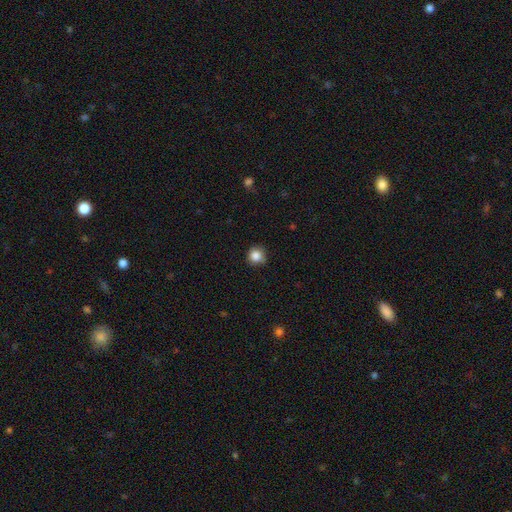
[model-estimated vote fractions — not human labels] Morphology: type=smooth (85%); roundness=round (93%); merging=none (81%).